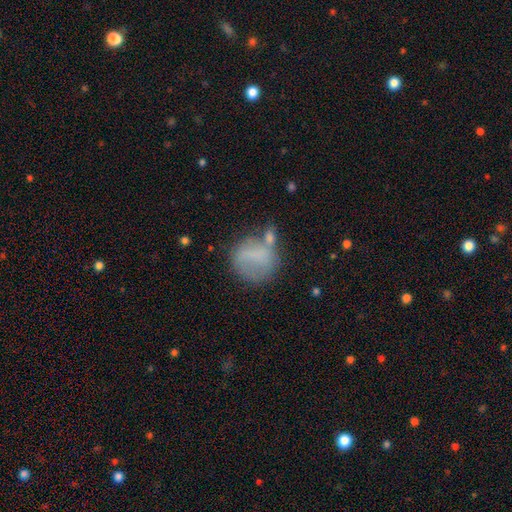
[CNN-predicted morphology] Q: Smooth or featured?
A: smooth (65%); runner-up: featured or disk (24%)
Q: How rounded?
A: round (75%); runner-up: in between (23%)
Q: Merging?
A: none (43%); runner-up: minor disturbance (23%)